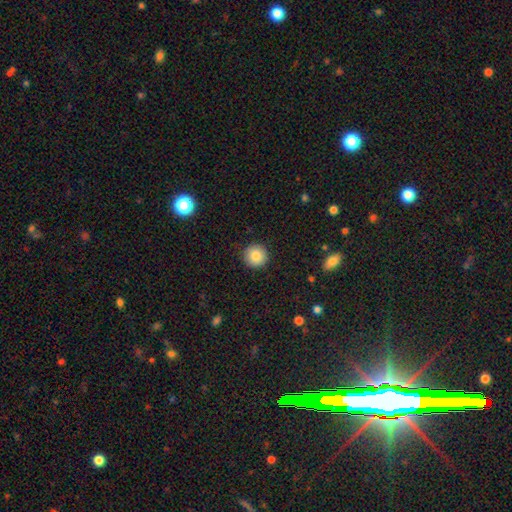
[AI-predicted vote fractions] Smooth or featured?
  - smooth: 84% *
  - star or artifact: 9%
  - featured or disk: 7%
How rounded?
  - round: 96% *
  - in between: 3%
  - cigar-shaped: 1%
Merging?
  - none: 92% *
  - minor disturbance: 5%
  - major disturbance: 2%
  - merger: 1%